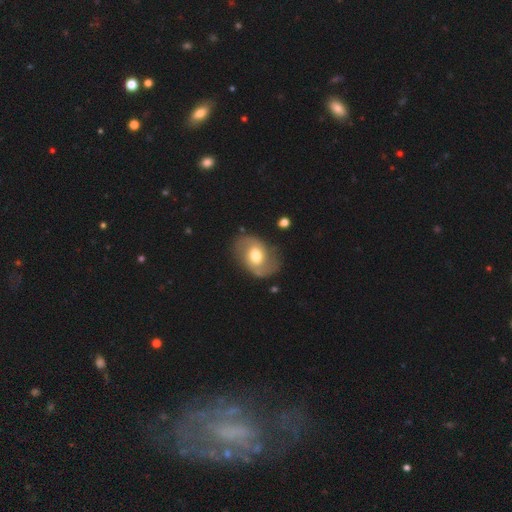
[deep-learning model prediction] This is likely a featured or disk galaxy (61%). It is clearly not viewed edge-on (96%). Bar: possibly no (55%). Spiral arm pattern: likely yes (72%). Central bulge: likely moderate (67%). Merging: likely none (75%).